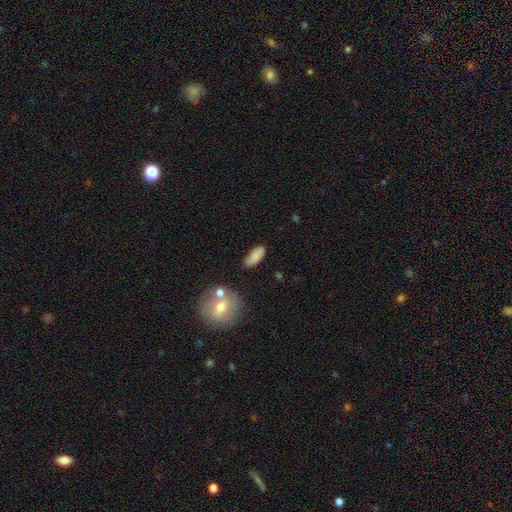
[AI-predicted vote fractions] Smooth or featured? Predicted: smooth (p=0.78). How rounded? Predicted: in between (p=0.81). Merging? Predicted: none (p=0.73).